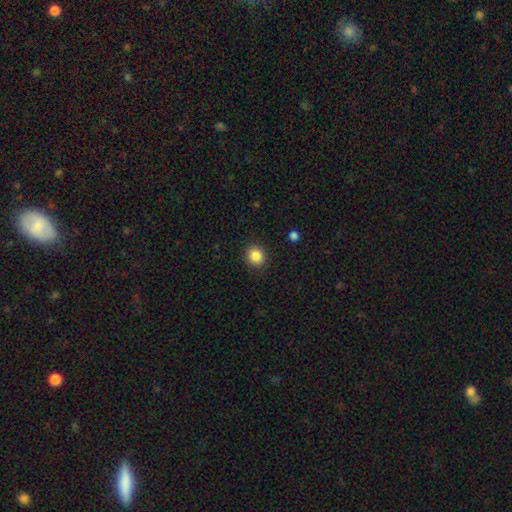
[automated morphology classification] Q: Smooth or featured?
A: smooth (86%); runner-up: star or artifact (10%)
Q: How rounded?
A: round (83%); runner-up: in between (16%)
Q: Merging?
A: none (90%); runner-up: minor disturbance (7%)